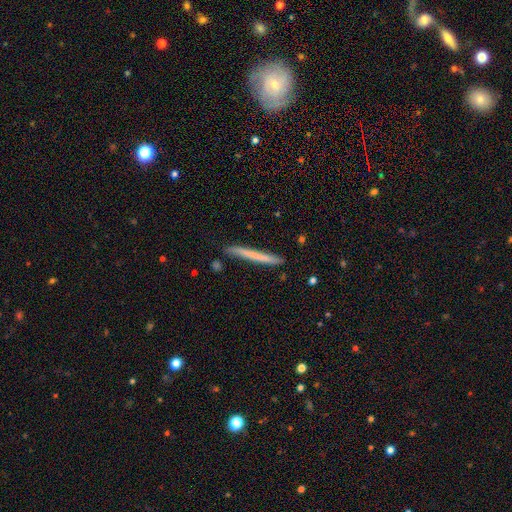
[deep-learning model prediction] smooth 63%, featured or disk 32%, star or artifact 5%. Down the decision tree: how rounded — cigar-shaped (97%); merging — none (89%).